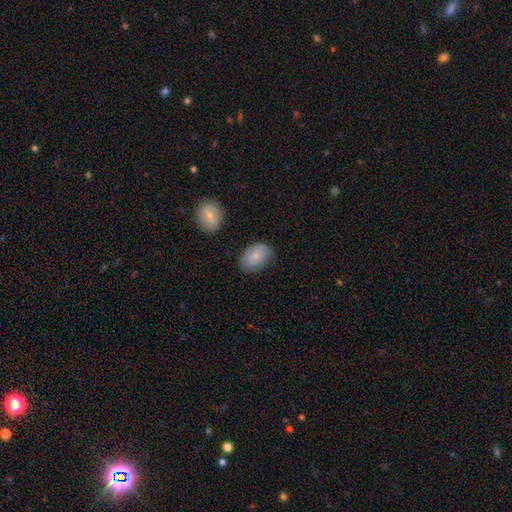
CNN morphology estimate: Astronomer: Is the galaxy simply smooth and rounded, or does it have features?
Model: smooth — 81%.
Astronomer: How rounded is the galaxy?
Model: in between — 85%.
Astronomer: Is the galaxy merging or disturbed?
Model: none — 78%.